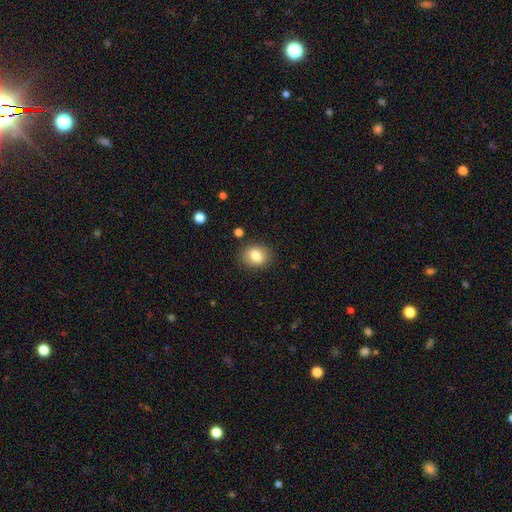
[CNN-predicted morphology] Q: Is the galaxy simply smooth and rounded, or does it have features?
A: smooth — 81%.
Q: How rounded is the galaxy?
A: in between — 53%.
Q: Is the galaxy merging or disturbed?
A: none — 83%.